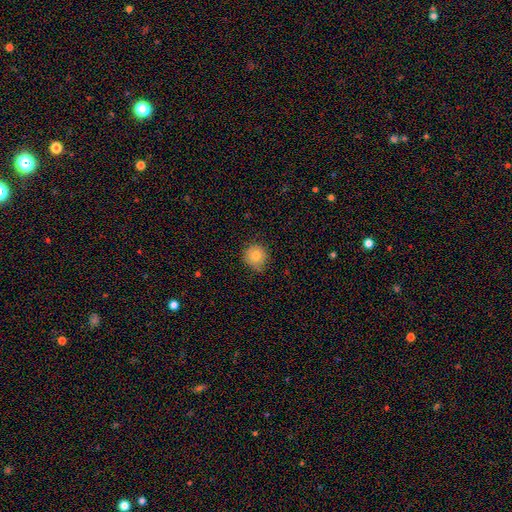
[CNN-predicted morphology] type=smooth (80%); roundness=round (92%); merging=none (77%).